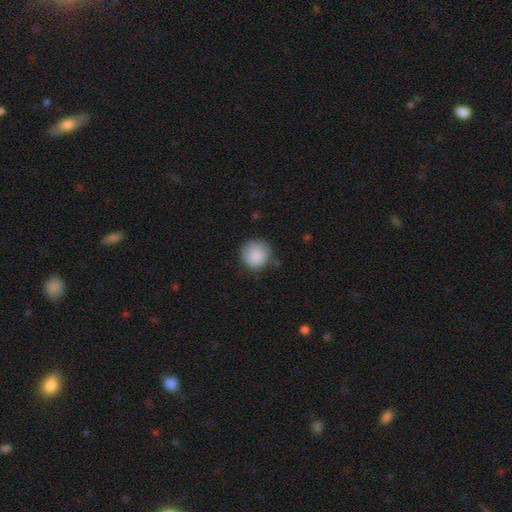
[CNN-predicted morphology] A smooth galaxy with no disk features (88%) that is round (93%). Merging: none (79%).